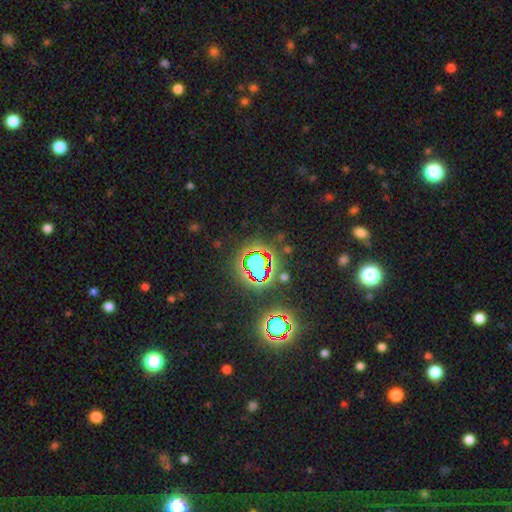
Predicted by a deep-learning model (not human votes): Smooth or featured? star or artifact (78%)